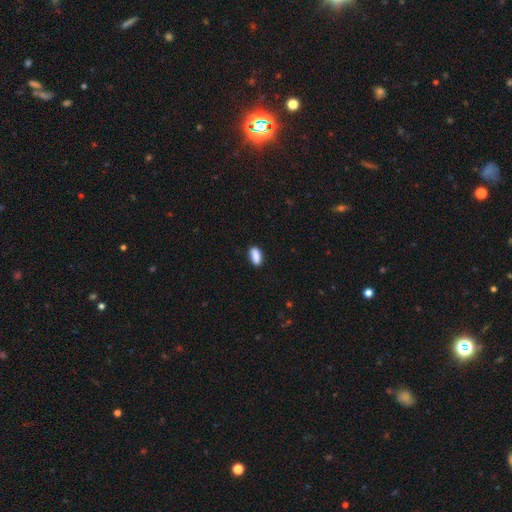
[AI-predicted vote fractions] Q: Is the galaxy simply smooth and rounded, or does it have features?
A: smooth — 88%.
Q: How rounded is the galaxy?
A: in between — 85%.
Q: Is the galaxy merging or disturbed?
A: none — 83%.